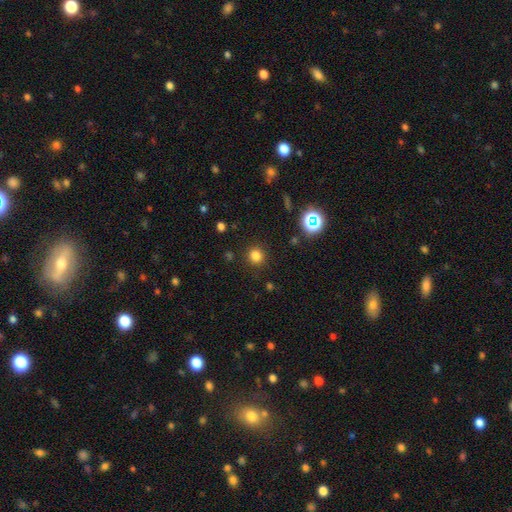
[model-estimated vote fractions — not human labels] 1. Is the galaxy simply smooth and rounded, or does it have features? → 80% smooth, 16% star or artifact, 4% featured or disk.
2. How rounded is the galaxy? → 89% round, 10% in between, 1% cigar-shaped.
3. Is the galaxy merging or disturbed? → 89% none, 7% minor disturbance, 3% major disturbance, 2% merger.